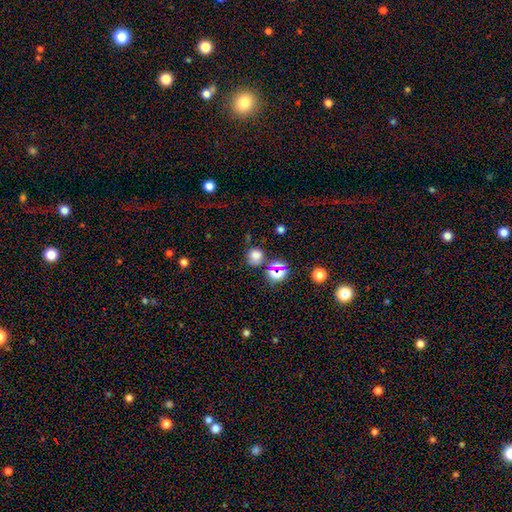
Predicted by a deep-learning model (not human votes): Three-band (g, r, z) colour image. It shows a smooth galaxy with no disk features (68%) that is round (83%). Merging: none (67%).